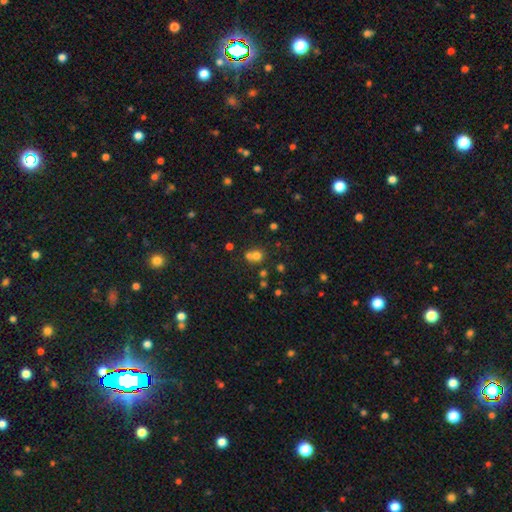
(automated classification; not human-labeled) This appears to be a smooth galaxy with no disk features (67%) that is round (82%). Merging: merger (46%).